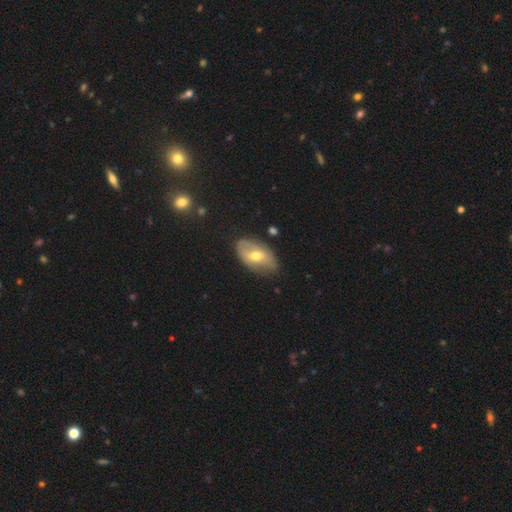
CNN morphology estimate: Smooth or featured: featured or disk — 48% (smooth — 45%)
Merging: none — 71% (minor disturbance — 22%)